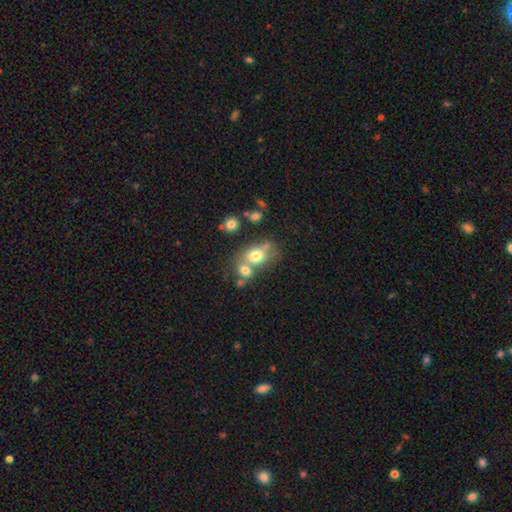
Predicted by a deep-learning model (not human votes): A smooth galaxy with no disk features (72%) that is in between round and cigar-shaped (51%). Merging: merger (49%).